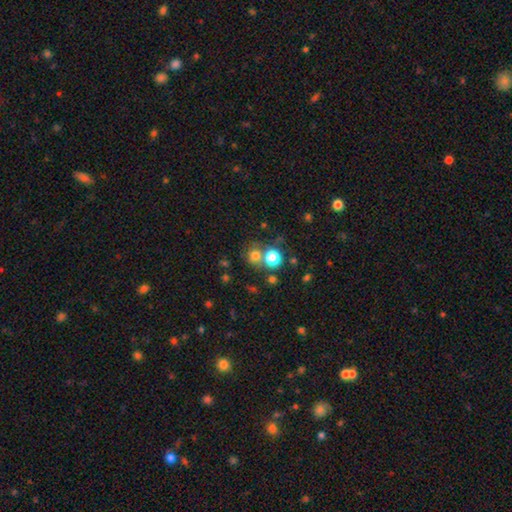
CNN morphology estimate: Smooth or featured: smooth — 72% (star or artifact — 18%)
How rounded: round — 88% (in between — 11%)
Merging: none — 58% (merger — 30%)